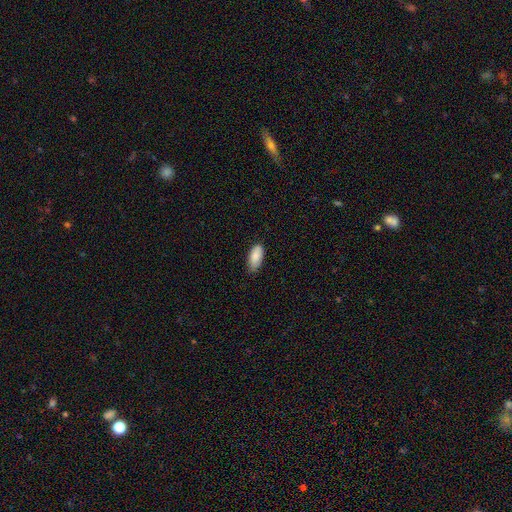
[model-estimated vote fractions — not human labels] Smooth or featured?
  - smooth: 87% *
  - star or artifact: 6%
  - featured or disk: 6%
How rounded?
  - in between: 90% *
  - cigar-shaped: 8%
  - round: 2%
Merging?
  - none: 71% *
  - minor disturbance: 25%
  - major disturbance: 3%
  - merger: 1%